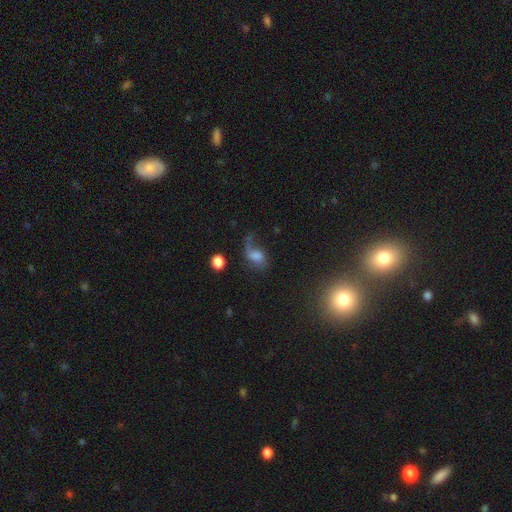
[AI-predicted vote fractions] Smooth or featured?
  - smooth: 48% *
  - featured or disk: 38%
  - star or artifact: 14%
Merging?
  - major disturbance: 43% *
  - none: 31%
  - minor disturbance: 19%
  - merger: 7%